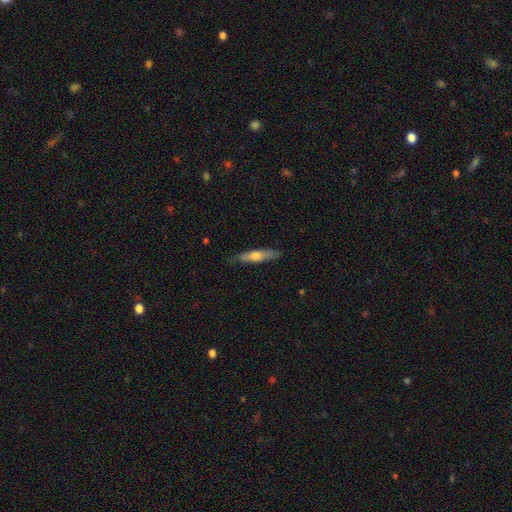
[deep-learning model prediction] The model was most divided on "smooth or featured": smooth: 56%, featured or disk: 38%, star or artifact: 6%. More confident: how rounded — cigar-shaped (81%); merging — none (80%).